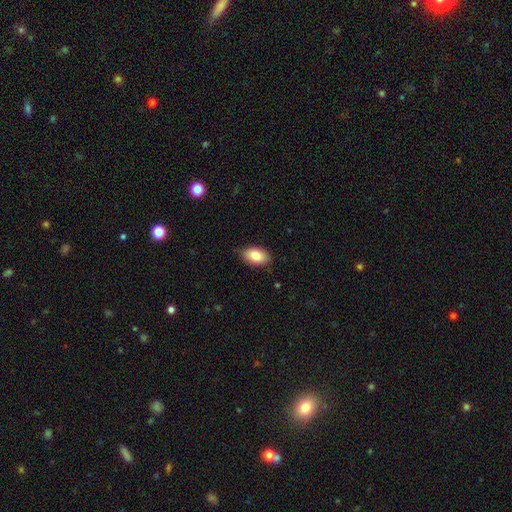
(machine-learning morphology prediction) Smooth or featured: smooth — 85% (featured or disk — 9%)
How rounded: in between — 93% (round — 5%)
Merging: none — 83% (minor disturbance — 14%)